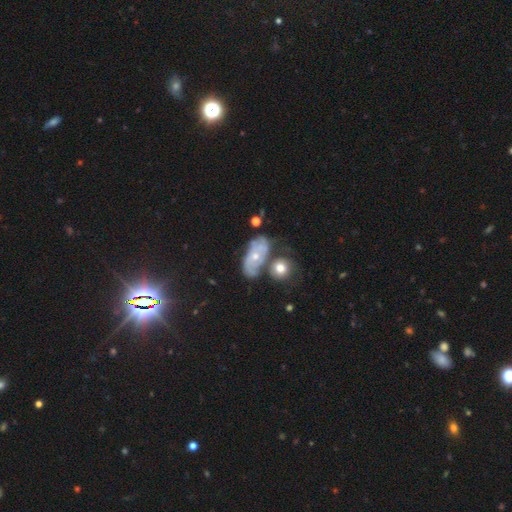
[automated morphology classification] Overall: featured or disk (66%). Edge-on disk: no (93%). Bar: no (77%). Spiral arms: yes (77%). Bulge size: small (54%; moderate 42%). Merging: none (50%; minor disturbance 21%).